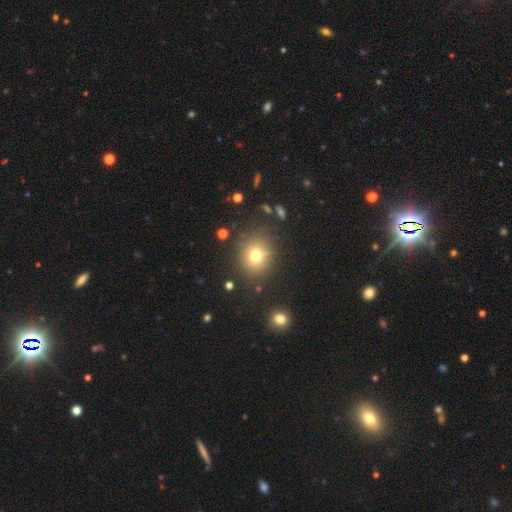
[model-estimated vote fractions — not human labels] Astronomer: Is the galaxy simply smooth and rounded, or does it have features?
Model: smooth — 73%.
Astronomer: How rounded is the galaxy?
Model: round — 77%.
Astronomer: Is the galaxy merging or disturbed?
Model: none — 82%.